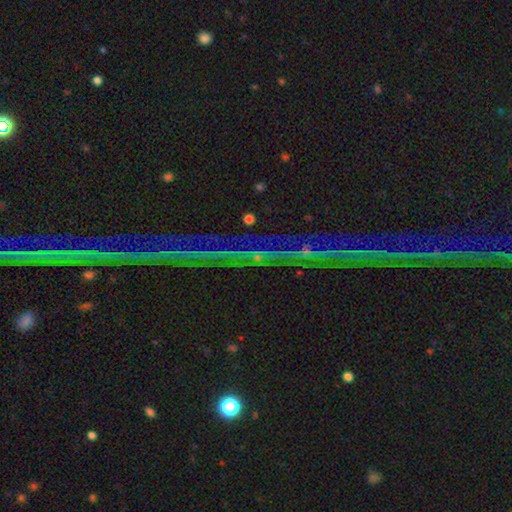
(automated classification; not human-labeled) A star or artifact, not a galaxy (84%).

Vote fractions:
- Smooth or featured? star or artifact: 84% / featured or disk: 9% / smooth: 6%